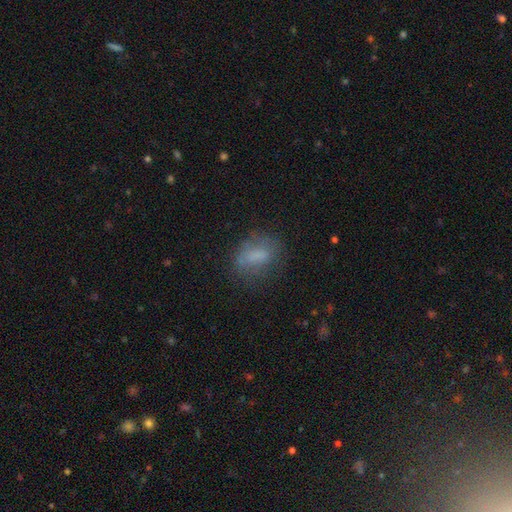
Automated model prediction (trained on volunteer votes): Smooth or featured?
  - smooth: 69% *
  - featured or disk: 20%
  - star or artifact: 11%
How rounded?
  - in between: 76% *
  - round: 17%
  - cigar-shaped: 7%
Merging?
  - none: 61% *
  - minor disturbance: 23%
  - major disturbance: 13%
  - merger: 3%